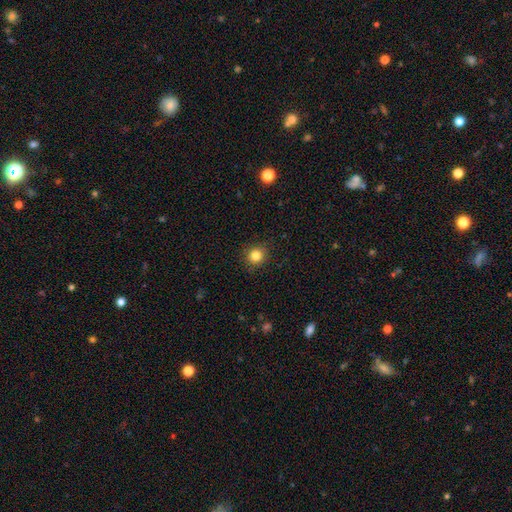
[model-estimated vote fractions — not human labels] smooth-or-featured: smooth: 84% | star or artifact: 11% | featured or disk: 5%
  how-rounded: round: 89% | in between: 10% | cigar-shaped: 1%
  merging: none: 89% | minor disturbance: 8% | major disturbance: 2% | merger: 1%